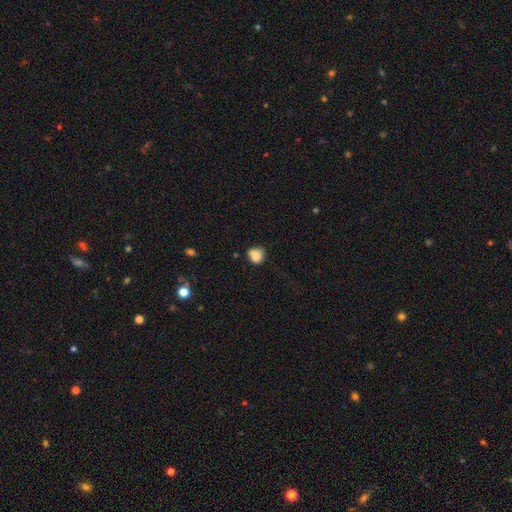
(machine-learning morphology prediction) A smooth galaxy with no disk features (80%) that is round (74%).

Vote fractions:
- Smooth or featured? smooth: 80% / star or artifact: 10% / featured or disk: 9%
- How rounded? round: 74% / in between: 25% / cigar-shaped: 1%
- Merging? none: 51% / minor disturbance: 28% / merger: 12% / major disturbance: 9%